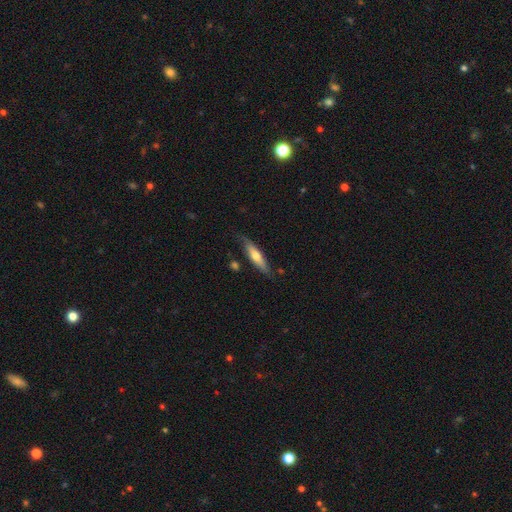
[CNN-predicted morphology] smooth_or_featured: smooth (p=0.53) [alt: featured or disk p=0.42]
how_rounded: cigar-shaped (p=0.79) [alt: in between p=0.20]
merging: none (p=0.77) [alt: minor disturbance p=0.17]